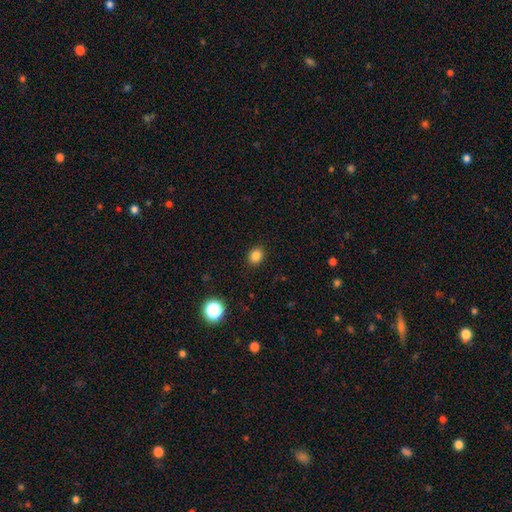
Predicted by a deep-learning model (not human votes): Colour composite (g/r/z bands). It shows a smooth galaxy with no disk features (84%) that is round (66%). Merging: none (90%).